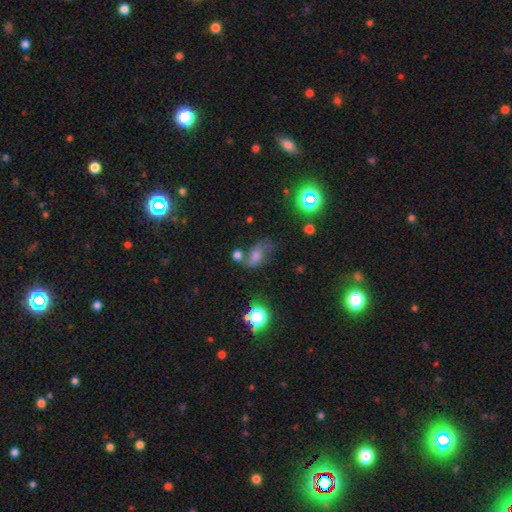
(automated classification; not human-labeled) This appears to be a smooth galaxy with no disk features (42%). Merging: none (38%).